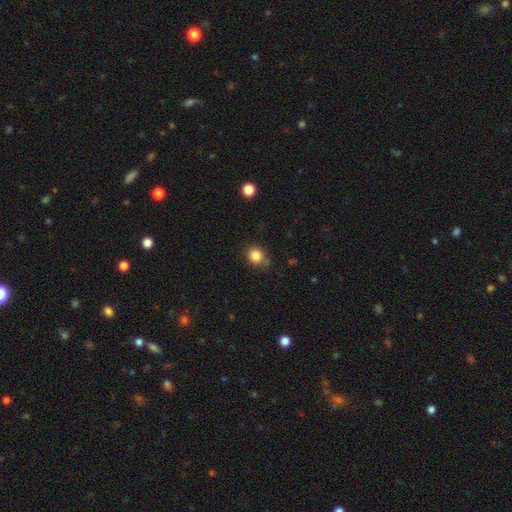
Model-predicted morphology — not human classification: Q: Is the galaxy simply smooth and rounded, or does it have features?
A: smooth — 84%.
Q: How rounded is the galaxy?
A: round — 77%.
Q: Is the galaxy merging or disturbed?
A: none — 78%.